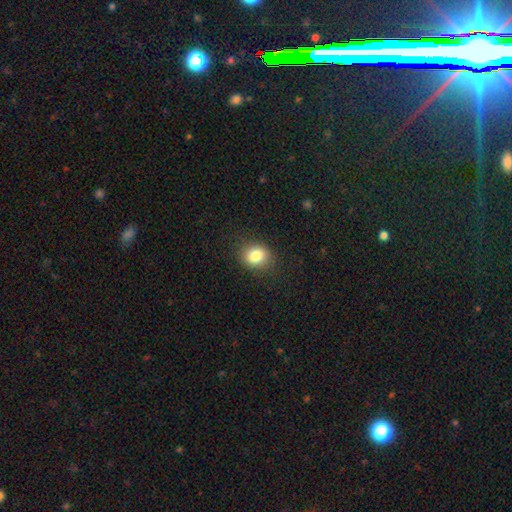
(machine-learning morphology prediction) This is clearly a smooth galaxy (83%). How rounded: possibly round (56%). Merging: clearly none (85%).